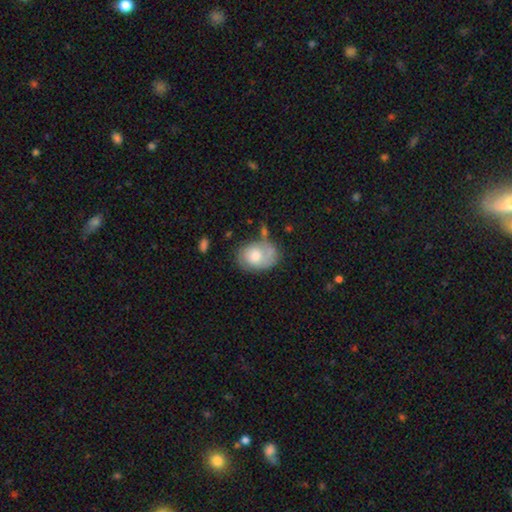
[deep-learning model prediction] The model was most divided on "smooth or featured": smooth: 55%, featured or disk: 37%, star or artifact: 8%. Remaining: how rounded — in between (71%); merging — none (49%).